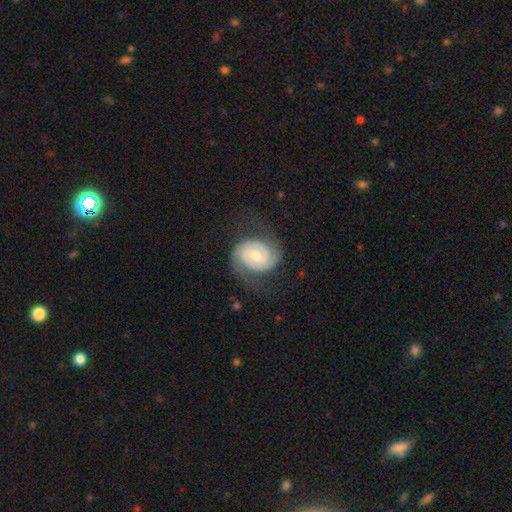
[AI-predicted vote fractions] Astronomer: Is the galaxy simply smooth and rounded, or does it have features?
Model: featured or disk — 85%.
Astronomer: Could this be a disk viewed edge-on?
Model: no — 98%.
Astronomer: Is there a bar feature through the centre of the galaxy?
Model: no — 64%.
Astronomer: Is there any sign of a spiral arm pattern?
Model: yes — 96%.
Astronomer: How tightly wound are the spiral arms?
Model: tight — 58%.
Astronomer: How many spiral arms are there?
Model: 2 — 83%.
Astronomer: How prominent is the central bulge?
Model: moderate — 62%.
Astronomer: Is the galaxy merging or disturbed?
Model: none — 68%.